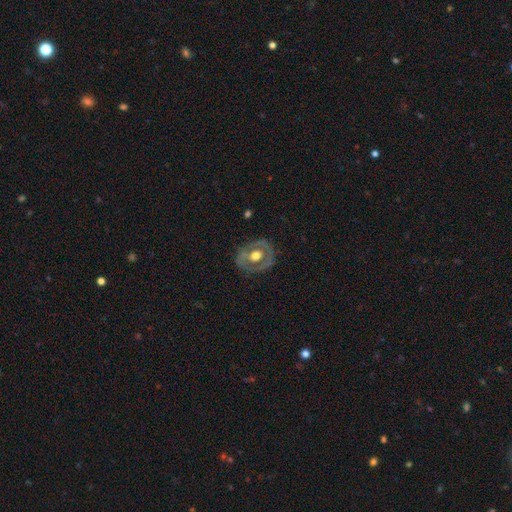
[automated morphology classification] Smooth or featured?
  - featured or disk: 64% *
  - smooth: 31%
  - star or artifact: 6%
Edge-on disk?
  - no: 94% *
  - yes: 6%
Bar?
  - no: 77% *
  - weak: 17%
  - strong: 6%
Spiral arms?
  - no: 76% *
  - yes: 24%
Bulge size?
  - moderate: 66% *
  - large: 27%
  - small: 5%
  - dominant: 1%
  - none: 1%
Merging?
  - none: 74% *
  - minor disturbance: 18%
  - major disturbance: 7%
  - merger: 1%